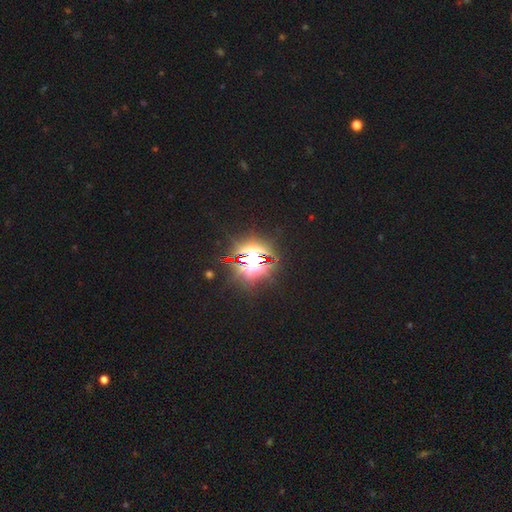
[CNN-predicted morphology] Smooth or featured? star or artifact (79%)